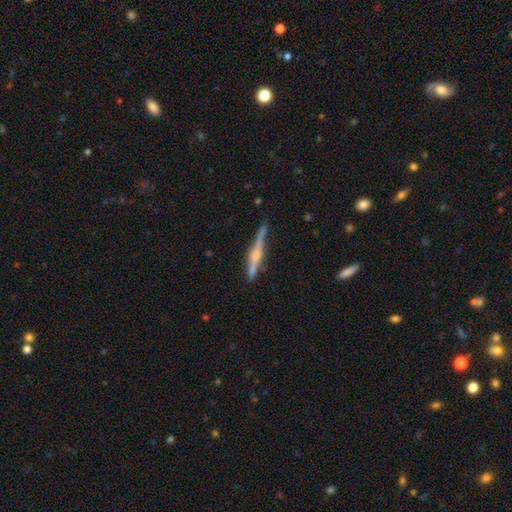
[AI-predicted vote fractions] This is likely a featured or disk galaxy (79%). It is clearly viewed edge-on (98%). Edge-on bulge: clearly rounded (82%). Merging: clearly none (82%).